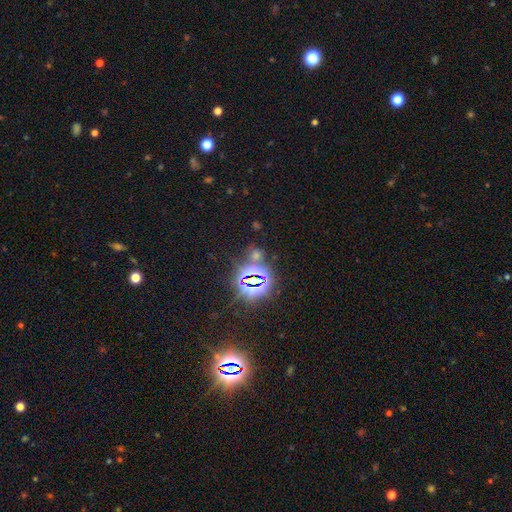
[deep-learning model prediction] Smooth or featured? Predicted: star or artifact (p=0.68).